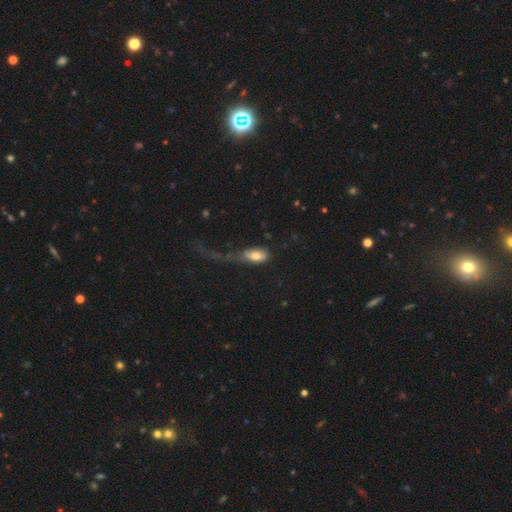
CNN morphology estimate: A smooth galaxy with no disk features (73%) that is in between round and cigar-shaped (87%). Merging: major disturbance (56%).